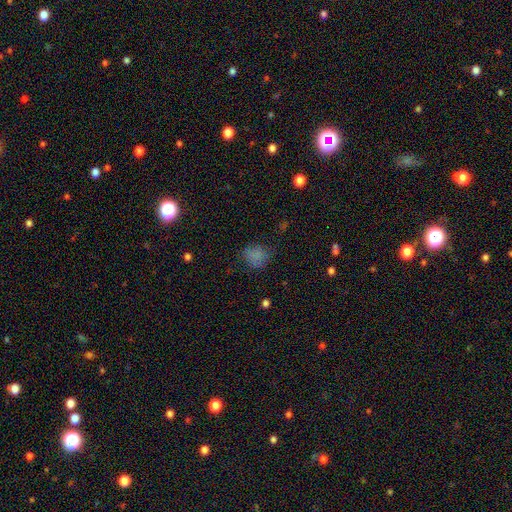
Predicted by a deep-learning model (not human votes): Q: Smooth or featured?
A: smooth (76%); runner-up: star or artifact (16%)
Q: How rounded?
A: round (70%); runner-up: in between (29%)
Q: Merging?
A: none (66%); runner-up: minor disturbance (23%)